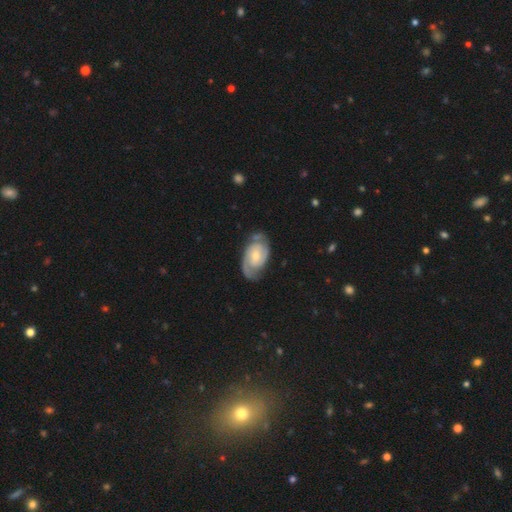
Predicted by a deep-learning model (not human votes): Smooth or featured?
  - featured or disk: 83% *
  - smooth: 12%
  - star or artifact: 4%
Edge-on disk?
  - no: 97% *
  - yes: 3%
Bar?
  - no: 57% *
  - weak: 35%
  - strong: 7%
Spiral arms?
  - yes: 95% *
  - no: 5%
Spiral winding?
  - tight: 47% *
  - medium: 41%
  - loose: 12%
Spiral arm count?
  - 2: 85% *
  - can't tell: 7%
  - 1: 3%
  - 3: 3%
  - 4: 1%
  - more than 4: 1%
Bulge size?
  - small: 52% *
  - moderate: 41%
  - large: 3%
  - none: 3%
  - dominant: 1%
Merging?
  - none: 71% *
  - minor disturbance: 19%
  - major disturbance: 7%
  - merger: 3%